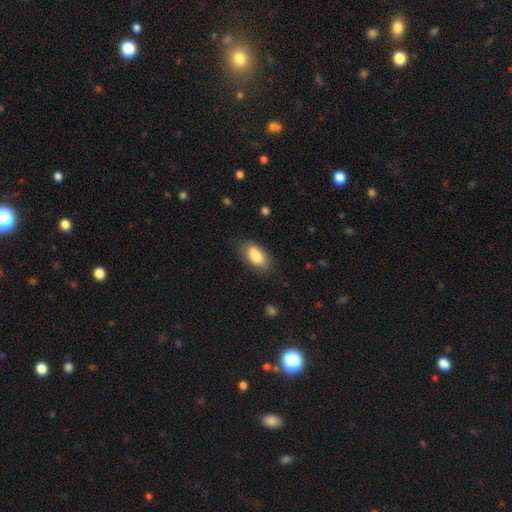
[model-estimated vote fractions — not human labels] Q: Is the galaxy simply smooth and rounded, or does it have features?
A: smooth — 82%.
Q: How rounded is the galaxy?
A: in between — 90%.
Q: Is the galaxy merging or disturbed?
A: none — 69%.